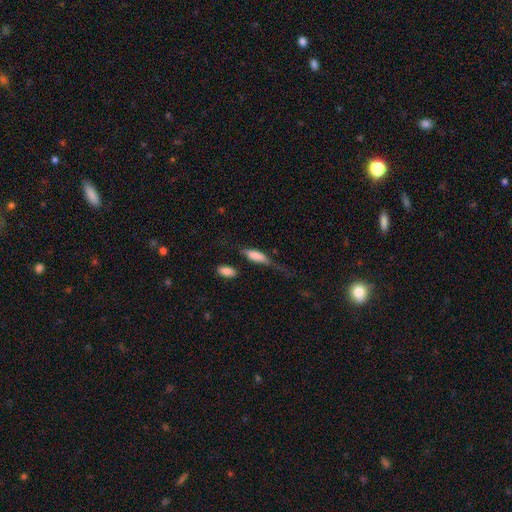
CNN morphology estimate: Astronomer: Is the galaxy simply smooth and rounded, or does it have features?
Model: smooth — 65%.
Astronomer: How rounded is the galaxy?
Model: in between — 54% (runner-up: cigar-shaped, 42%).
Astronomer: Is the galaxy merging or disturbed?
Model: none — 38% (runner-up: major disturbance, 29%).